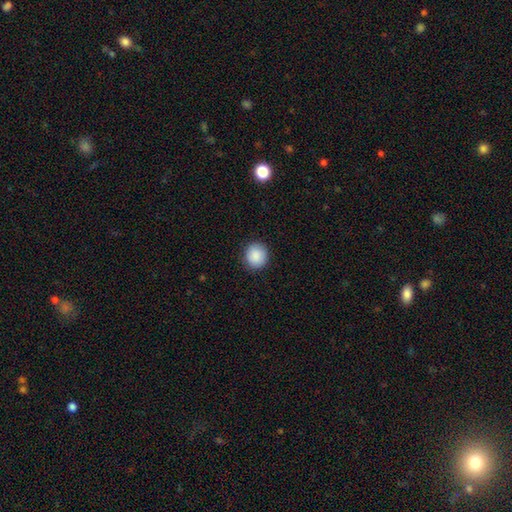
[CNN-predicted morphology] This is clearly a smooth galaxy (89%). How rounded: clearly round (88%). Merging: clearly none (90%).